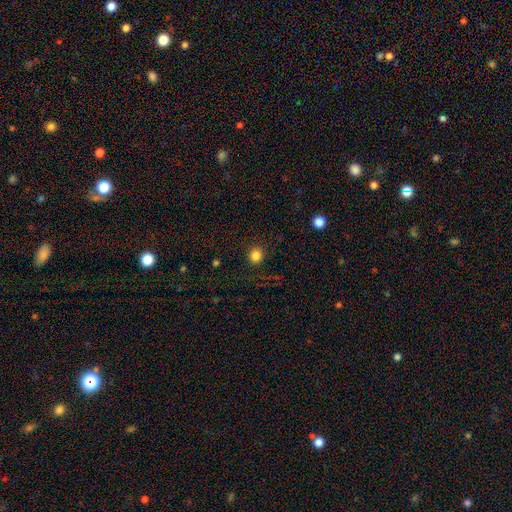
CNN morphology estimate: Overall: smooth (83%). How rounded: round (90%). Merging: none (90%).